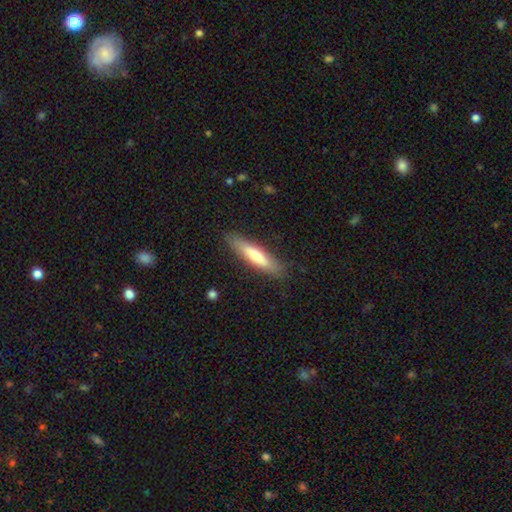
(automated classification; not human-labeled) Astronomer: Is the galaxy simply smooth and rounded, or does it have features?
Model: smooth — 66%.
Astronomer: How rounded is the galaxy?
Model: cigar-shaped — 83%.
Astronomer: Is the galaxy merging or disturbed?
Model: none — 87%.